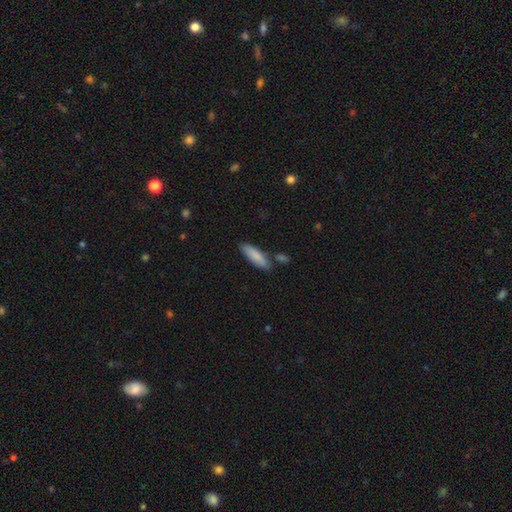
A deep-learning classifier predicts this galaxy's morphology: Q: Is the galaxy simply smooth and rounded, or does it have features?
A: smooth — 85%.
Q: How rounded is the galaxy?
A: cigar-shaped — 49%, tied with in between.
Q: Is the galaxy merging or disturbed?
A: none — 76%.